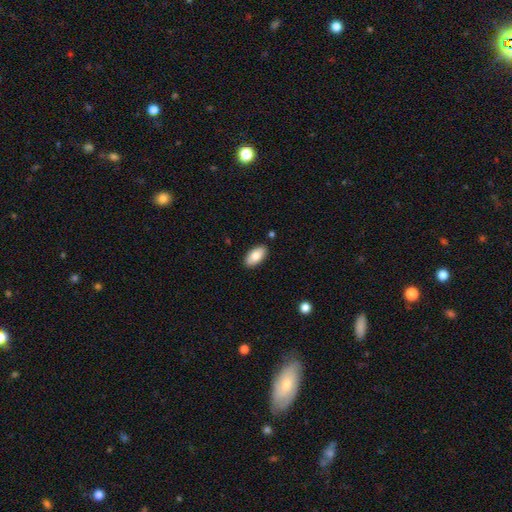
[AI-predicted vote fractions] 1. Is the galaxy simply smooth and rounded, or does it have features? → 78% smooth, 15% featured or disk, 6% star or artifact.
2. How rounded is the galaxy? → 92% in between, 6% cigar-shaped, 3% round.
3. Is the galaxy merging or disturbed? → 88% none, 8% minor disturbance, 2% major disturbance, 2% merger.